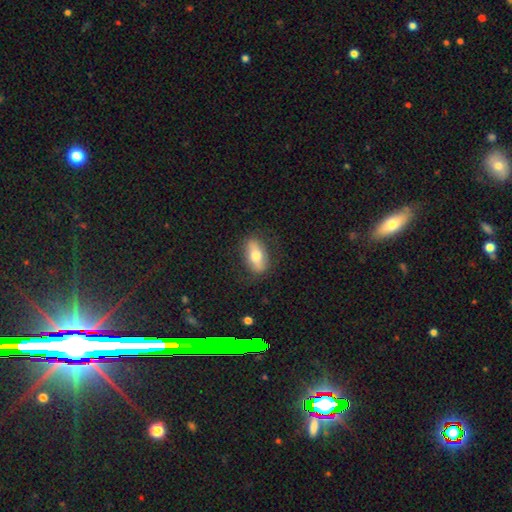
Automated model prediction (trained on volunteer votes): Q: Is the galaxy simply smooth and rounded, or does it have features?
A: smooth — 61%.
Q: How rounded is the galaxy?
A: in between — 84%.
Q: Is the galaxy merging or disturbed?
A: none — 80%.